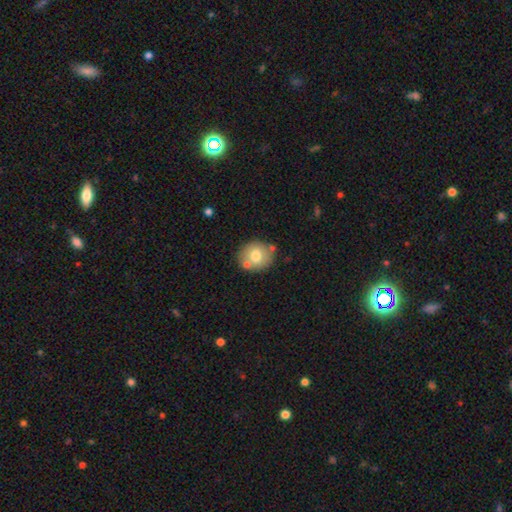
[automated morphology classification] type=smooth (72%); roundness=round (81%); merging=none (74%).